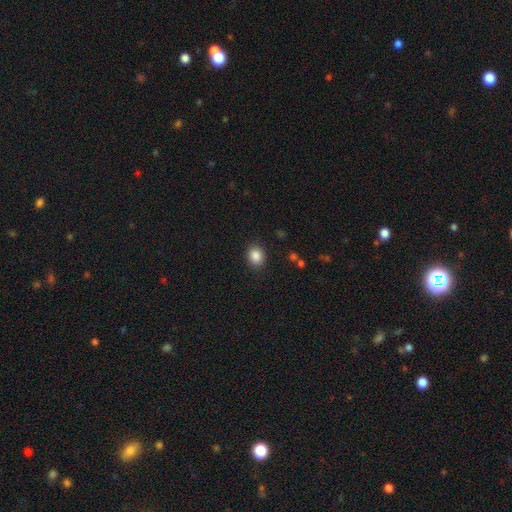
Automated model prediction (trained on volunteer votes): This appears to be a smooth galaxy with no disk features (87%) that is round (61%). Merging: none (88%).